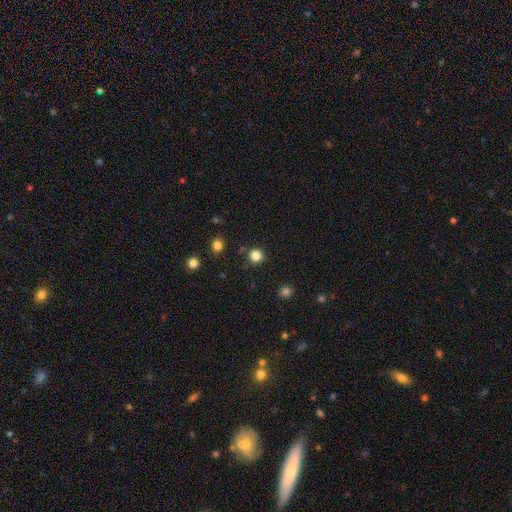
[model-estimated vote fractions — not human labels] The model was most divided on "smooth or featured": smooth: 83%, star or artifact: 14%, featured or disk: 3%. More confident: how rounded — round (94%); merging — none (88%).